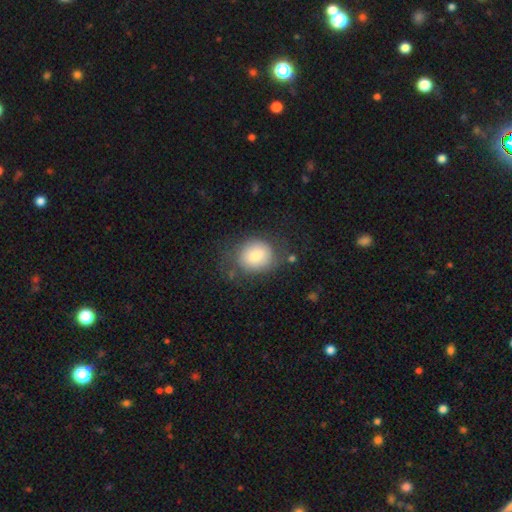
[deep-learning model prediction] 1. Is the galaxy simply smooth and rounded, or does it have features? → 78% smooth, 15% featured or disk, 7% star or artifact.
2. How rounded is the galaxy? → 64% round, 35% in between, 1% cigar-shaped.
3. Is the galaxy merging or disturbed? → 61% none, 22% minor disturbance, 14% major disturbance, 3% merger.